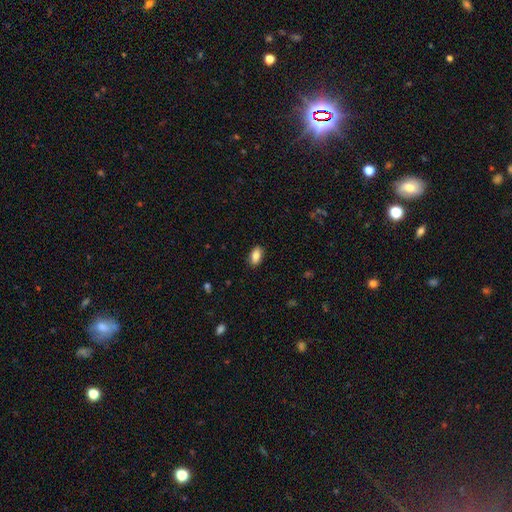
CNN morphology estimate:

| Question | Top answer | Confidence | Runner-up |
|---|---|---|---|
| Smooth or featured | smooth | 87% | star or artifact (7%) |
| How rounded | in between | 92% | round (5%) |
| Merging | none | 88% | minor disturbance (9%) |